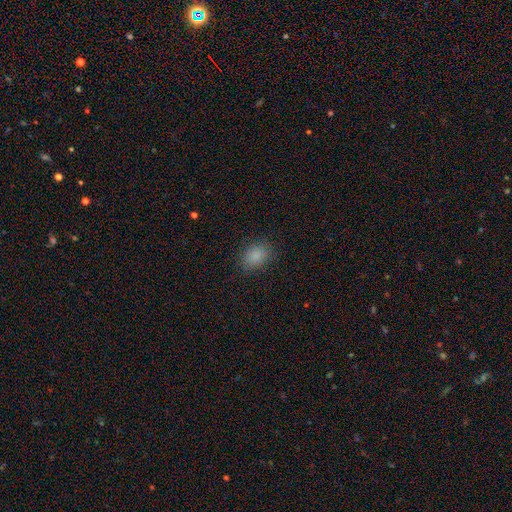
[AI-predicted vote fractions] Overall: smooth (85%). How rounded: in between (71%). Merging: none (82%).